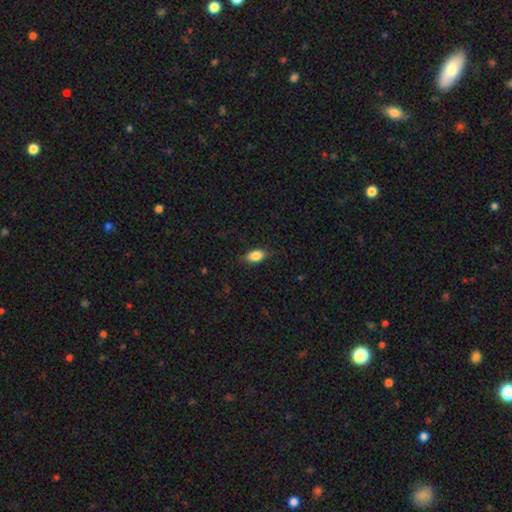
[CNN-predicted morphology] Overall: smooth (84%). How rounded: in between (86%). Merging: none (82%).